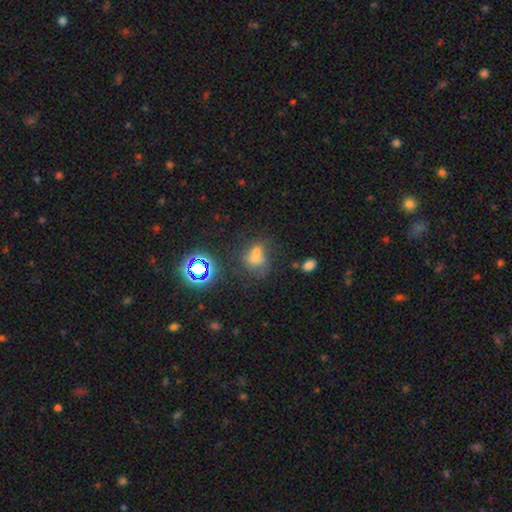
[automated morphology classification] The model was most divided on "how rounded": round: 56%, in between: 43%, cigar-shaped: 1%. More confident: smooth or featured — smooth (55%); merging — merger (51%).